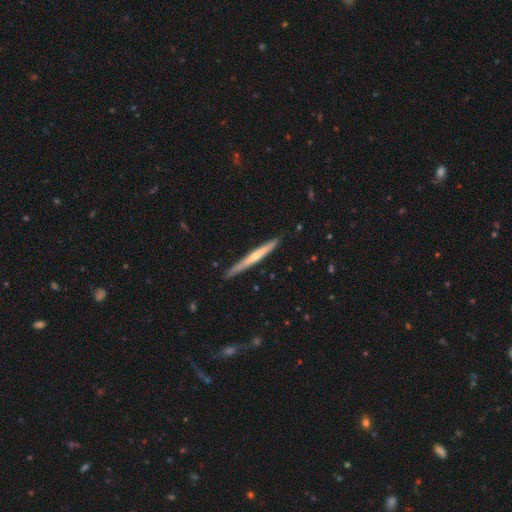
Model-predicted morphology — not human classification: Smooth or featured? featured or disk (56%)
Edge-on disk? yes (97%)
Edge-on bulge? rounded (55%)
Merging? none (88%)